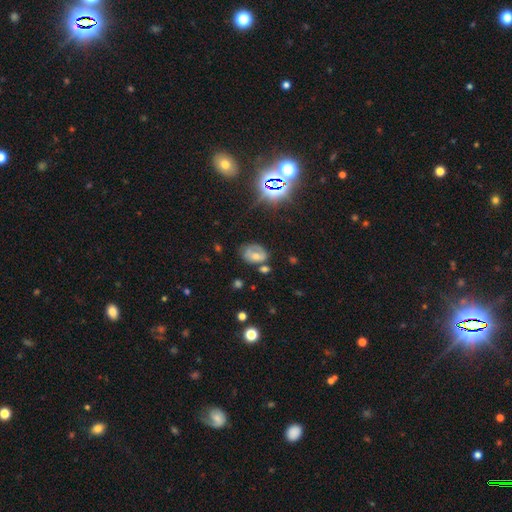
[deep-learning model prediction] A smooth galaxy with no disk features (49%).

Vote fractions:
- Smooth or featured? smooth: 49% / featured or disk: 34% / star or artifact: 17%
- Merging? none: 46% / minor disturbance: 29% / major disturbance: 14% / merger: 10%